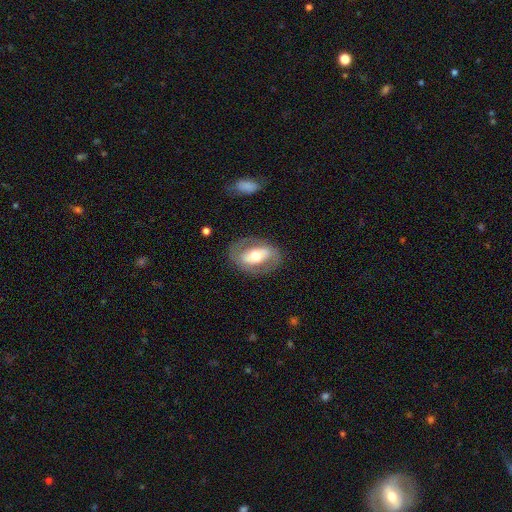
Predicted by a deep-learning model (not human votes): The model was most divided on "bar": strong: 36%, no: 35%, weak: 29%. More confident: edge-on disk — no (93%); merging — none (79%); bulge size — moderate (66%); smooth or featured — featured or disk (64%); spiral arms — yes (55%).